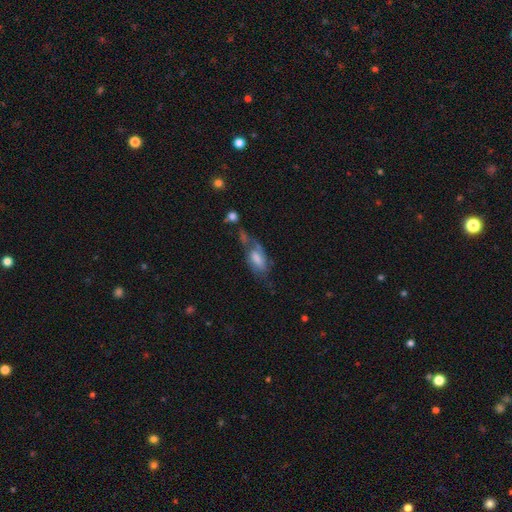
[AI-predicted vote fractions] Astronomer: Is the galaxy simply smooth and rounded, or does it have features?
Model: featured or disk — 62%.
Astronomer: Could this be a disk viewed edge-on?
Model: no — 89%.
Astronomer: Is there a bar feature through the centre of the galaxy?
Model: weak — 46% (runner-up: no, 39%).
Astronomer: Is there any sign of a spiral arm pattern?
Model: yes — 80%.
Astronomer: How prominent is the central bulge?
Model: moderate — 38% (runner-up: small, 23%).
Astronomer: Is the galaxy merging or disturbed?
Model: none — 39% (runner-up: major disturbance, 23%).